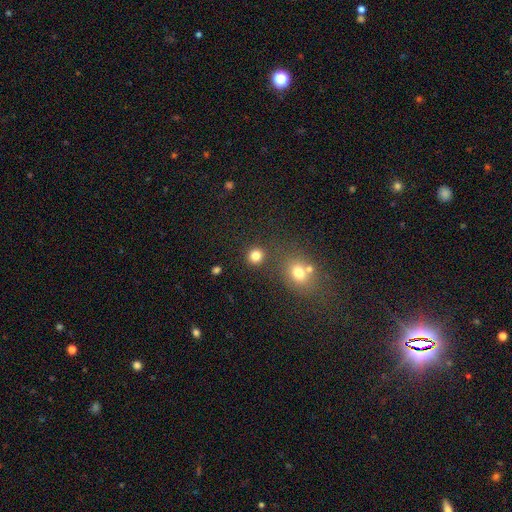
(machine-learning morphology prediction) This appears to be a smooth galaxy with no disk features (81%) that is round (88%). Merging: none (81%).